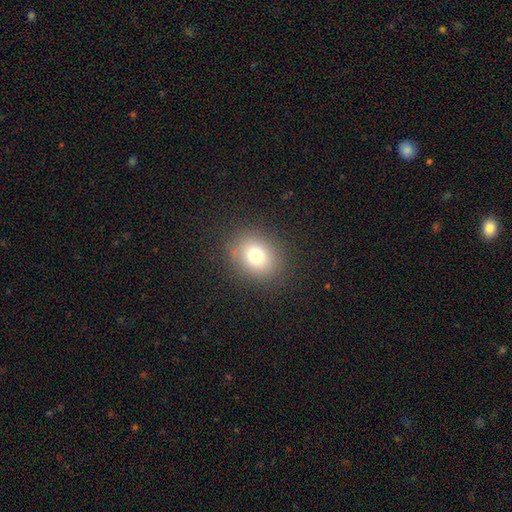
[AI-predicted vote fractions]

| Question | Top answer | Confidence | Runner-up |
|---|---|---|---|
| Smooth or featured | smooth | 76% | star or artifact (13%) |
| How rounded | round | 57% | in between (42%) |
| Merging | none | 86% | minor disturbance (9%) |